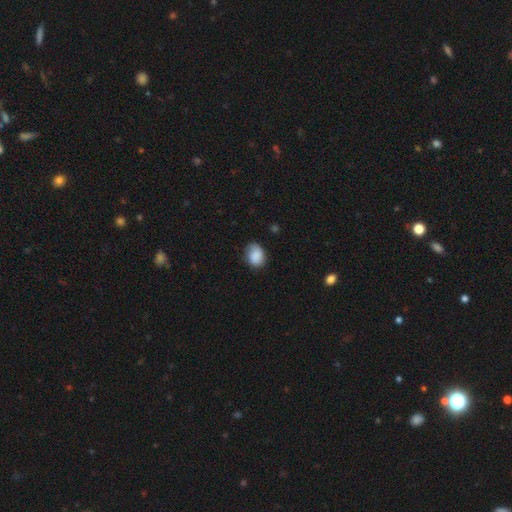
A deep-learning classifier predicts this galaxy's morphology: Smooth or featured? Predicted: smooth (p=0.83). How rounded? Predicted: in between (p=0.58). Merging? Predicted: none (p=0.70).